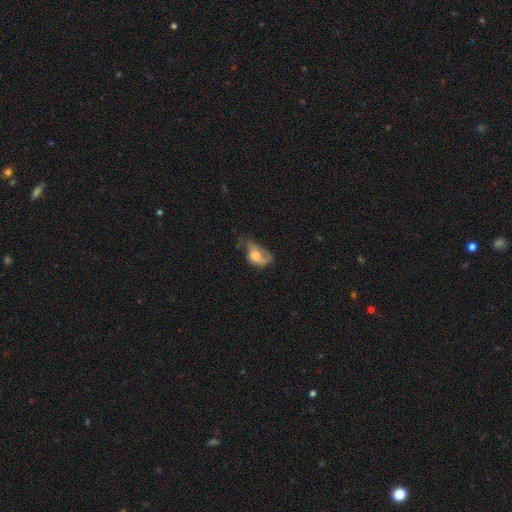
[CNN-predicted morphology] smooth-or-featured: smooth: 49% | featured or disk: 42% | star or artifact: 9%
  merging: major disturbance: 45% | minor disturbance: 28% | none: 23% | merger: 5%